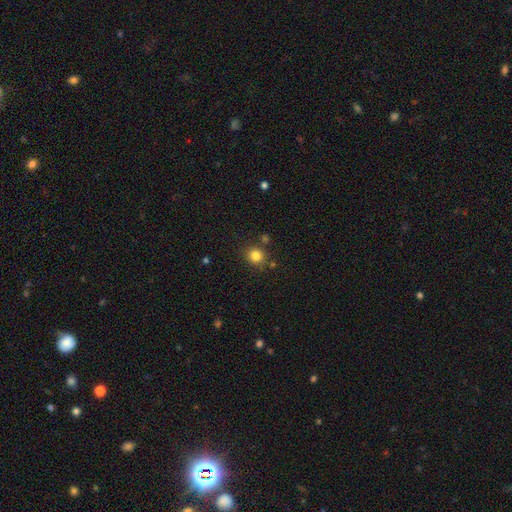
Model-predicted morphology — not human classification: Q: Smooth or featured?
A: smooth (82%); runner-up: star or artifact (12%)
Q: How rounded?
A: round (87%); runner-up: in between (12%)
Q: Merging?
A: none (82%); runner-up: minor disturbance (9%)